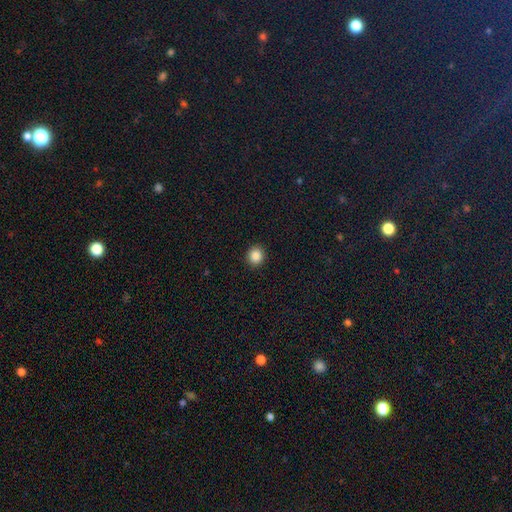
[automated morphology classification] Smooth or featured? Predicted: smooth (p=0.87). How rounded? Predicted: round (p=0.87). Merging? Predicted: none (p=0.92).